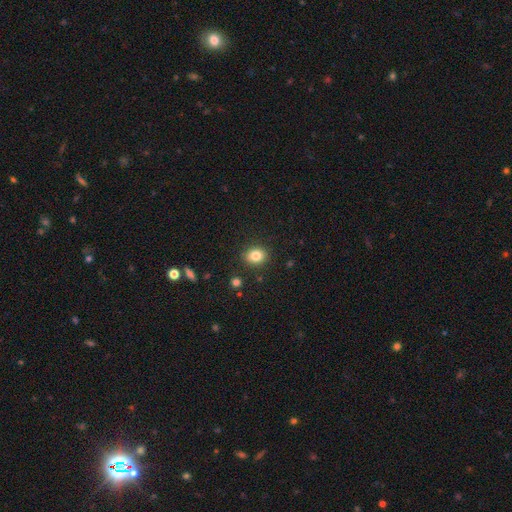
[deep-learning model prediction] Smooth or featured: smooth — 83% (star or artifact — 10%)
How rounded: round — 55% (in between — 44%)
Merging: none — 88% (minor disturbance — 8%)